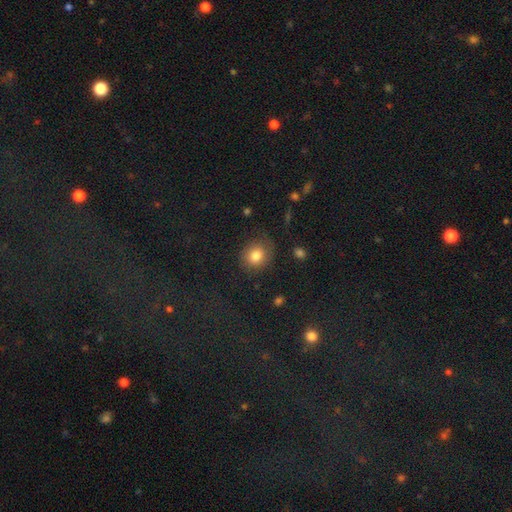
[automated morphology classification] smooth_or_featured: smooth (p=0.81) [alt: star or artifact p=0.11]
how_rounded: round (p=0.72) [alt: in between p=0.27]
merging: none (p=0.78) [alt: minor disturbance p=0.15]